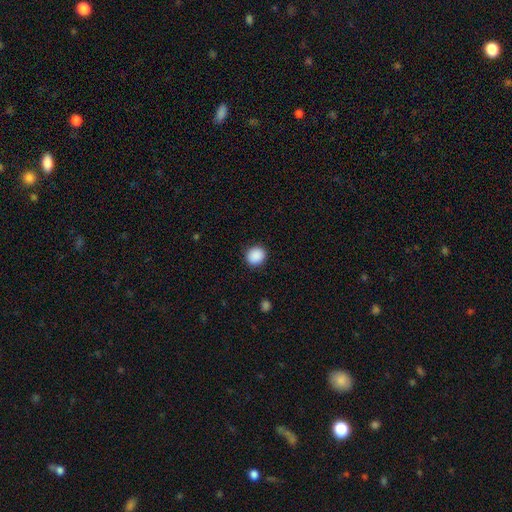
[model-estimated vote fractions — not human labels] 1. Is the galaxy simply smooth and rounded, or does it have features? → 89% smooth, 8% star or artifact, 2% featured or disk.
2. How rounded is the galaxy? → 84% round, 15% in between, 1% cigar-shaped.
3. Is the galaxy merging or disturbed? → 91% none, 6% minor disturbance, 2% major disturbance, 1% merger.